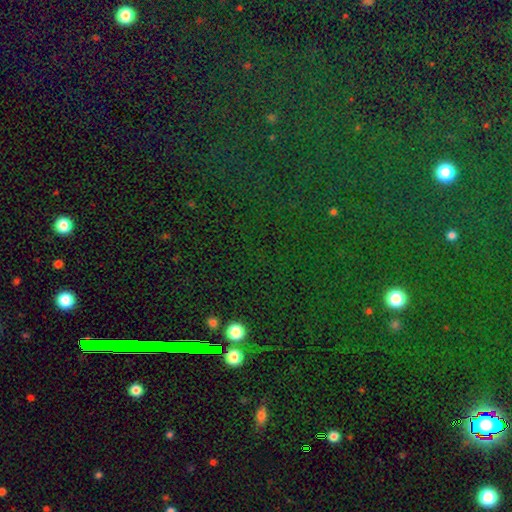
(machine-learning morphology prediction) A star or artifact, not a galaxy (81%).